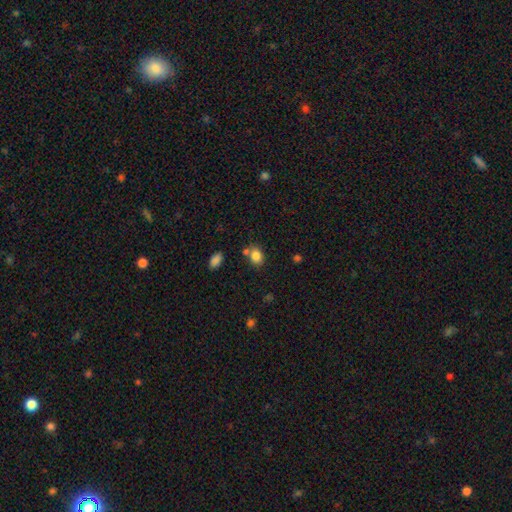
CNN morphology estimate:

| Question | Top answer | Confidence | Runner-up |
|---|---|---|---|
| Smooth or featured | smooth | 84% | star or artifact (10%) |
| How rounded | in between | 62% | round (37%) |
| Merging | none | 64% | merger (18%) |